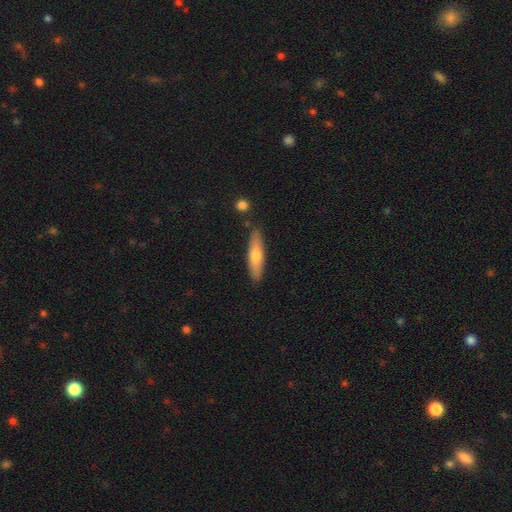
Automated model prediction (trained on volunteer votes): A smooth galaxy with no disk features (60%) that is cigar-shaped (74%). Merging: none (84%).